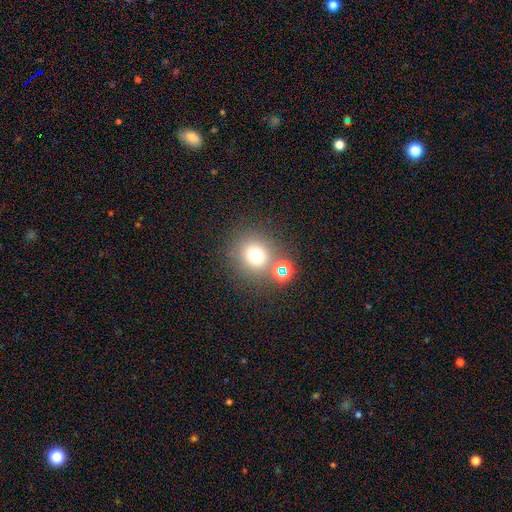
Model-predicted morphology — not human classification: A smooth galaxy with no disk features (71%) that is round (90%).

Vote fractions:
- Smooth or featured? smooth: 71% / star or artifact: 19% / featured or disk: 10%
- How rounded? round: 90% / in between: 9% / cigar-shaped: 1%
- Merging? none: 74% / merger: 13% / minor disturbance: 9% / major disturbance: 4%